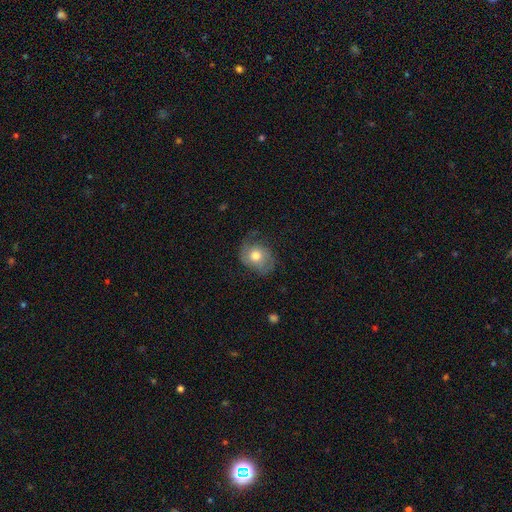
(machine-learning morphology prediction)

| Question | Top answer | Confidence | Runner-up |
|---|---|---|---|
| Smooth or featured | smooth | 57% | featured or disk (35%) |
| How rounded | round | 52% | in between (47%) |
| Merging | none | 54% | minor disturbance (28%) |